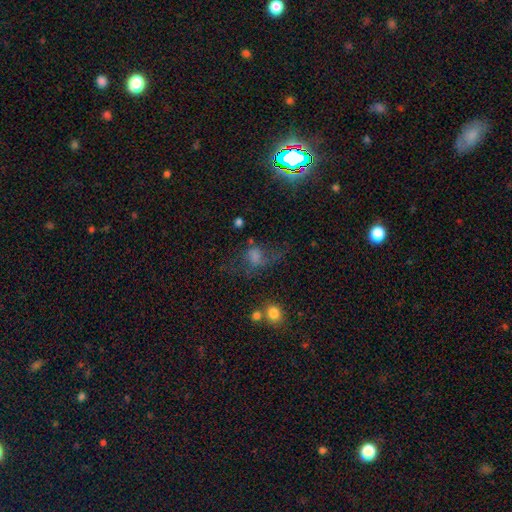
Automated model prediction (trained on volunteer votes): Q: Smooth or featured?
A: smooth (41%); runner-up: star or artifact (30%)
Q: Merging?
A: none (40%); runner-up: major disturbance (35%)